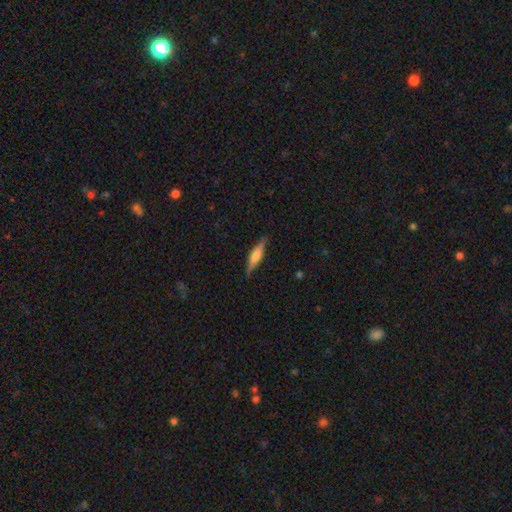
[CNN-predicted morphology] A featured or disk galaxy (51%) viewed edge-on (96%).

Vote fractions:
- Smooth or featured? featured or disk: 51% / smooth: 43% / star or artifact: 6%
- Edge-on disk? yes: 96% / no: 4%
- Merging? none: 87% / minor disturbance: 10% / major disturbance: 2% / merger: 1%